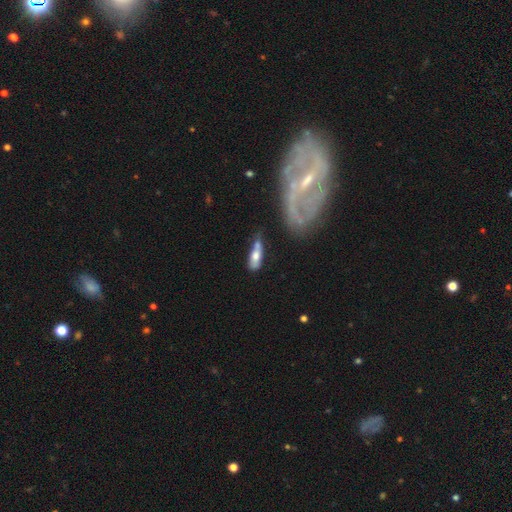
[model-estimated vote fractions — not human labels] Smooth or featured? Predicted: smooth (p=0.61). How rounded? Predicted: in between (p=0.62). Merging? Predicted: none (p=0.32).